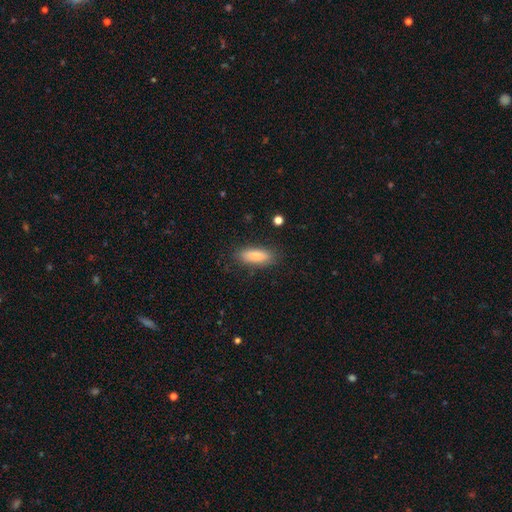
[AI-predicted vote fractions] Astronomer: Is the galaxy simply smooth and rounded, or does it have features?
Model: smooth — 83%.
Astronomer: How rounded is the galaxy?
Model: in between — 66%.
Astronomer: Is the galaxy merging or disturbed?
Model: none — 83%.